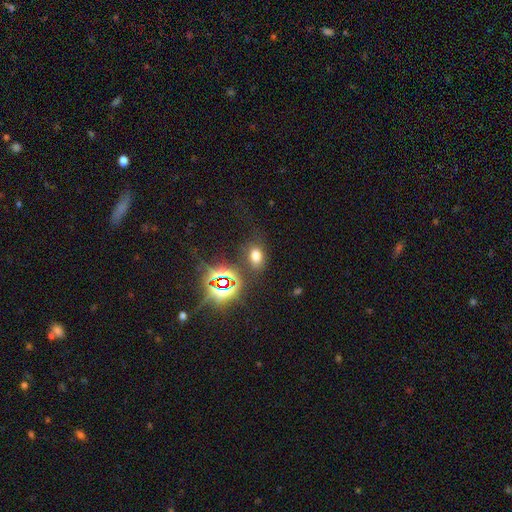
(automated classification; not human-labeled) smooth_or_featured: smooth (p=0.62) [alt: star or artifact p=0.30]
how_rounded: in between (p=0.78) [alt: round p=0.20]
merging: none (p=0.75) [alt: minor disturbance p=0.13]